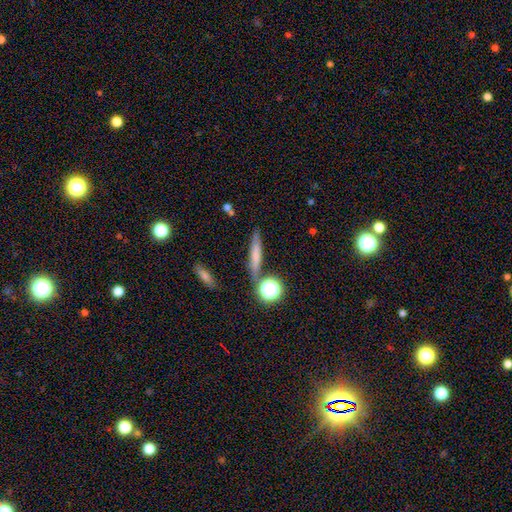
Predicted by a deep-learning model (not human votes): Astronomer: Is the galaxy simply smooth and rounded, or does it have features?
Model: smooth — 62%.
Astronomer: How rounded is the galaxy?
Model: cigar-shaped — 77%.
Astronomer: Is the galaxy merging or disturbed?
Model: none — 77%.